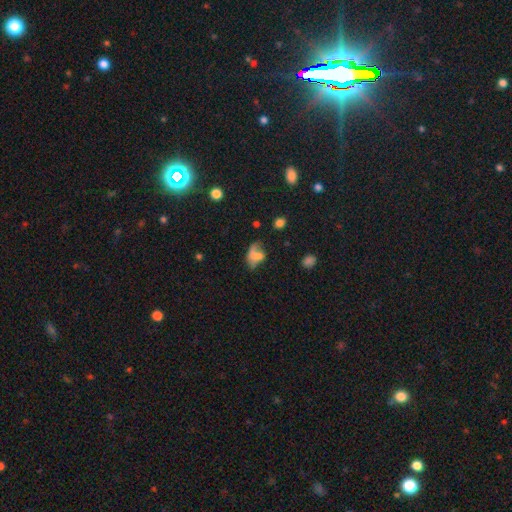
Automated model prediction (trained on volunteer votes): A smooth galaxy with no disk features (54%) that is in between round and cigar-shaped (81%).

Vote fractions:
- Smooth or featured? smooth: 54% / featured or disk: 31% / star or artifact: 15%
- How rounded? in between: 81% / round: 15% / cigar-shaped: 5%
- Merging? major disturbance: 33% / none: 28% / minor disturbance: 22% / merger: 17%